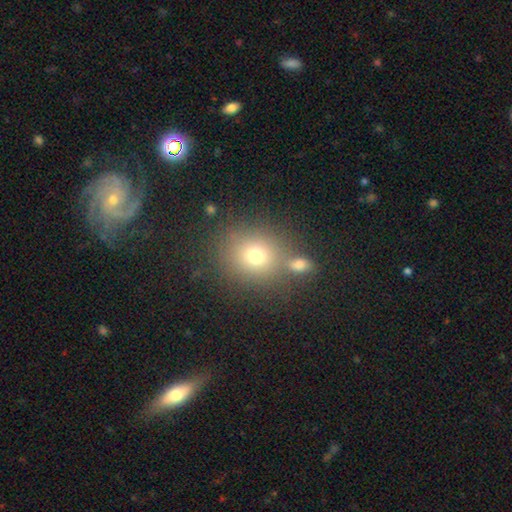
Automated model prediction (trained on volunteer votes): smooth_or_featured: smooth (p=0.71) [alt: star or artifact p=0.16]
how_rounded: round (p=0.81) [alt: in between p=0.18]
merging: none (p=0.68) [alt: merger p=0.18]